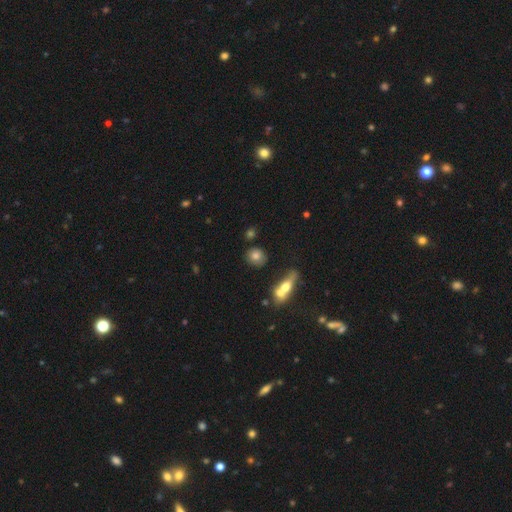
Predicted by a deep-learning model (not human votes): Q: Smooth or featured?
A: smooth (77%); runner-up: featured or disk (13%)
Q: How rounded?
A: round (75%); runner-up: in between (23%)
Q: Merging?
A: none (72%); runner-up: minor disturbance (13%)